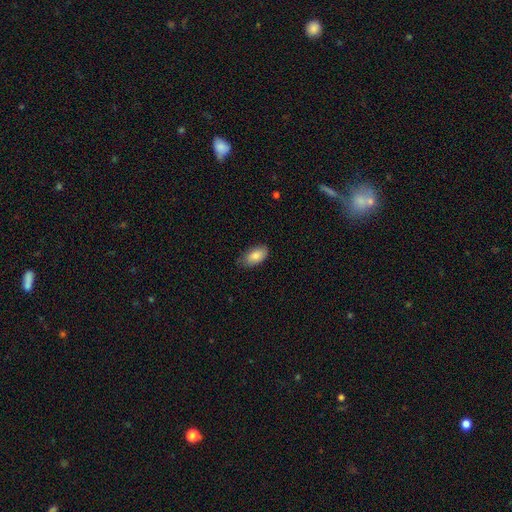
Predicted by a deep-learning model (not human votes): Smooth or featured? smooth (84%)
How rounded? in between (93%)
Merging? none (72%)